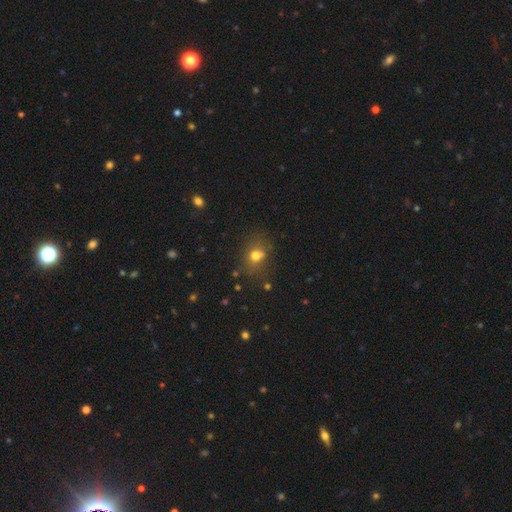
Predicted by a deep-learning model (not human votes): smooth-or-featured: smooth: 69% | star or artifact: 17% | featured or disk: 14%
  how-rounded: round: 52% | in between: 46% | cigar-shaped: 2%
  merging: none: 64% | minor disturbance: 19% | major disturbance: 9% | merger: 7%